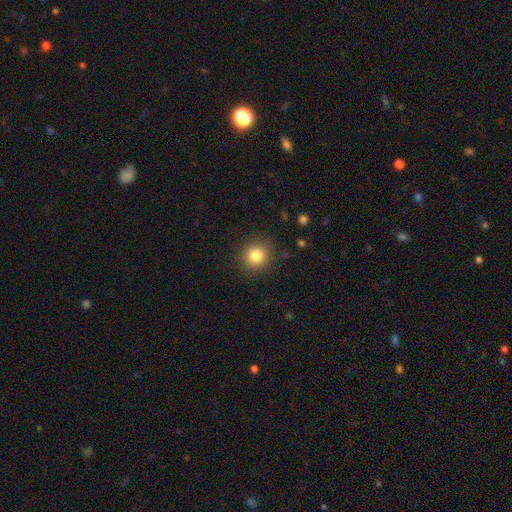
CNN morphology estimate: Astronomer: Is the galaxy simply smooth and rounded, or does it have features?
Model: smooth — 84%.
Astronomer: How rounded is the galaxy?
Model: round — 92%.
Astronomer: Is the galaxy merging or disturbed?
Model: none — 88%.